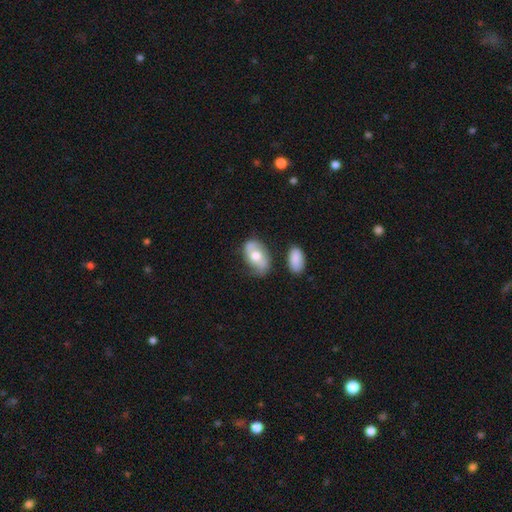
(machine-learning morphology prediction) Overall: featured or disk (49%; smooth 44%). Merging: none (58%; minor disturbance 26%).